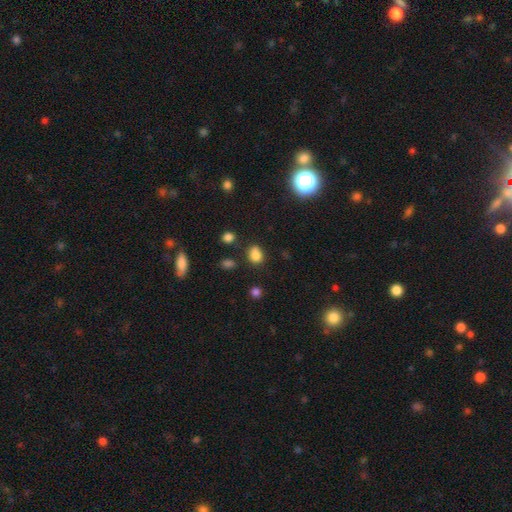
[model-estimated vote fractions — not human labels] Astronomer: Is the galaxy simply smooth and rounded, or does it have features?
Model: smooth — 79%.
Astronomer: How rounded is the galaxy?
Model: in between — 54% (runner-up: round, 44%).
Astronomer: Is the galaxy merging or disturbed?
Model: none — 64%.